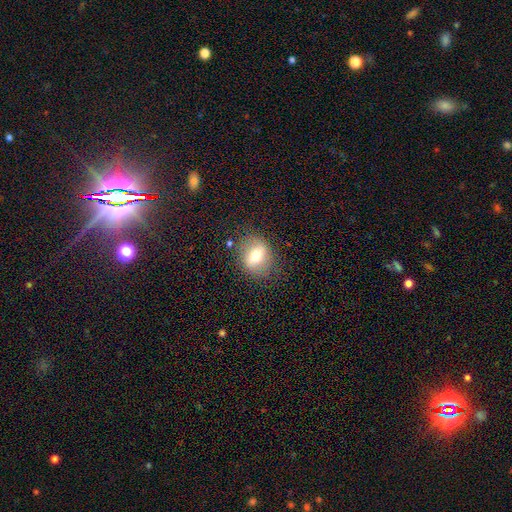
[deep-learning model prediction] smooth 57%, featured or disk 34%, star or artifact 9%. Down the decision tree: how rounded — round (54%); merging — none (78%).